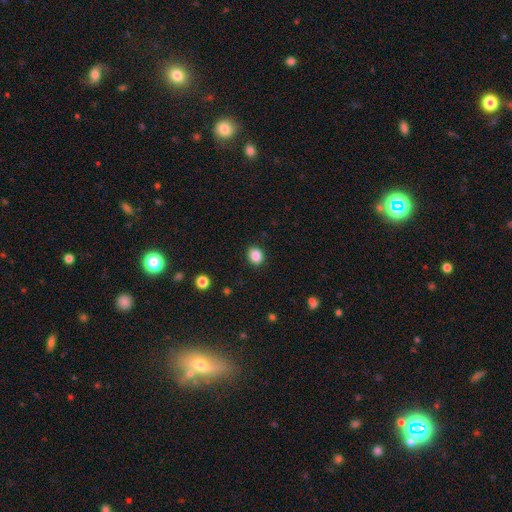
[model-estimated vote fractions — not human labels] smooth 88%, star or artifact 9%, featured or disk 3%. Down the decision tree: how rounded — round (55%); merging — none (89%).